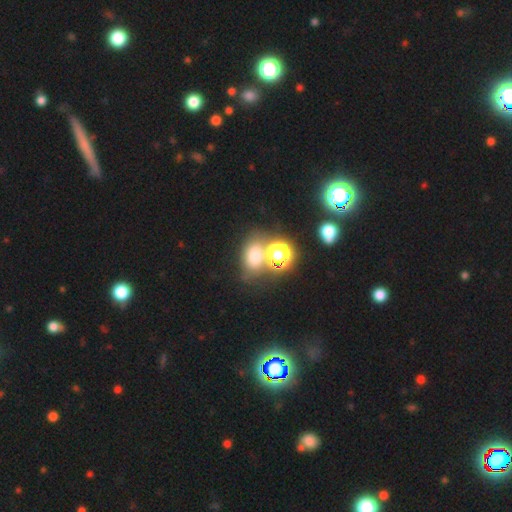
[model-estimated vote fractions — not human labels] A smooth galaxy with no disk features (63%) that is in between round and cigar-shaped (58%).

Vote fractions:
- Smooth or featured? smooth: 63% / star or artifact: 25% / featured or disk: 12%
- How rounded? in between: 58% / round: 40% / cigar-shaped: 2%
- Merging? none: 50% / merger: 32% / minor disturbance: 12% / major disturbance: 6%